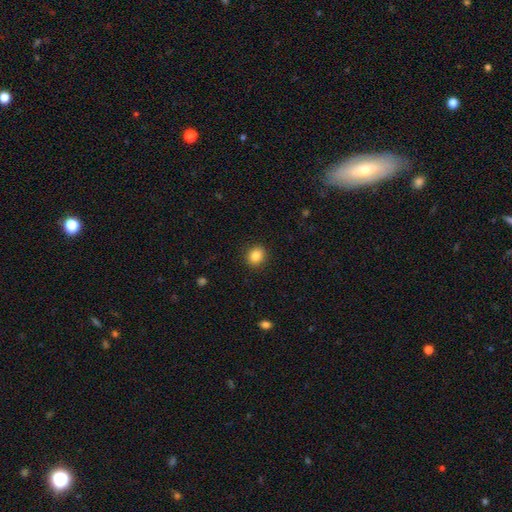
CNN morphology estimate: This appears to be a smooth galaxy with no disk features (85%) that is round (69%). Merging: none (90%).